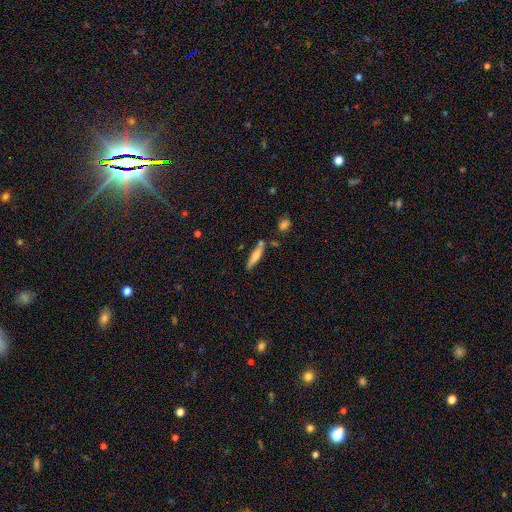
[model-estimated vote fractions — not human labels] A smooth galaxy with no disk features (69%) that is cigar-shaped (79%).

Vote fractions:
- Smooth or featured? smooth: 69% / featured or disk: 24% / star or artifact: 7%
- How rounded? cigar-shaped: 79% / in between: 20% / round: 2%
- Merging? none: 74% / minor disturbance: 14% / merger: 9% / major disturbance: 3%